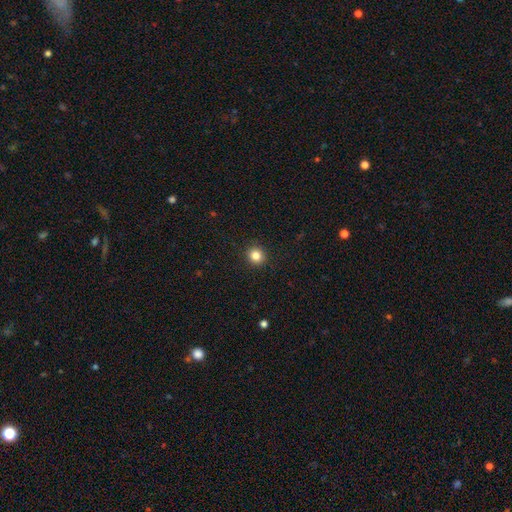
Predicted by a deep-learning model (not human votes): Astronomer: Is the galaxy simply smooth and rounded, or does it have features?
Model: smooth — 84%.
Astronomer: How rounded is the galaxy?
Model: round — 89%.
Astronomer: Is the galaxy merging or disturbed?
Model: none — 92%.